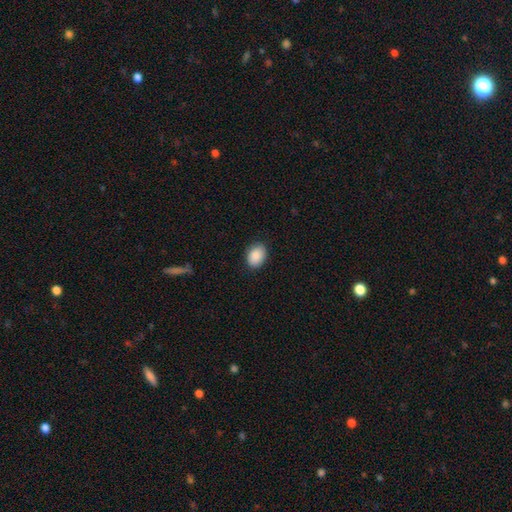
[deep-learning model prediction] This is clearly a smooth galaxy (90%). How rounded: likely in between (77%). Merging: clearly none (88%).